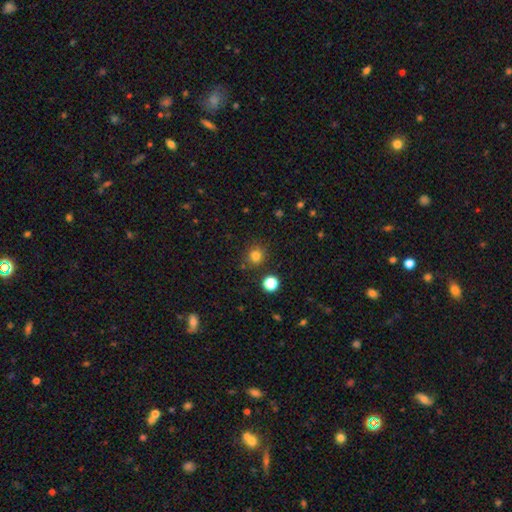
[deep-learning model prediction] Smooth or featured: smooth — 80% (star or artifact — 15%)
How rounded: round — 87% (in between — 12%)
Merging: none — 85% (minor disturbance — 8%)